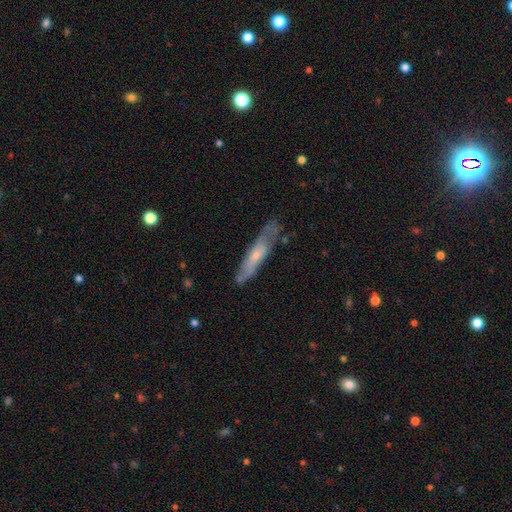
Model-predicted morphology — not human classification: Smooth or featured? Predicted: featured or disk (p=0.48). Merging? Predicted: none (p=0.70).